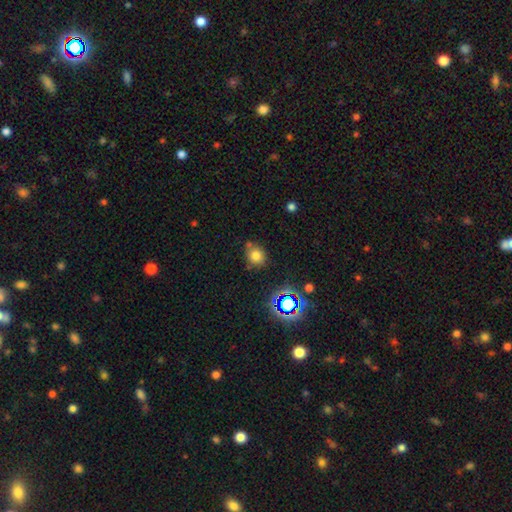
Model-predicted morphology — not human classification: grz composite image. It shows a smooth galaxy with no disk features (74%) that is round (73%). Merging: none (67%).